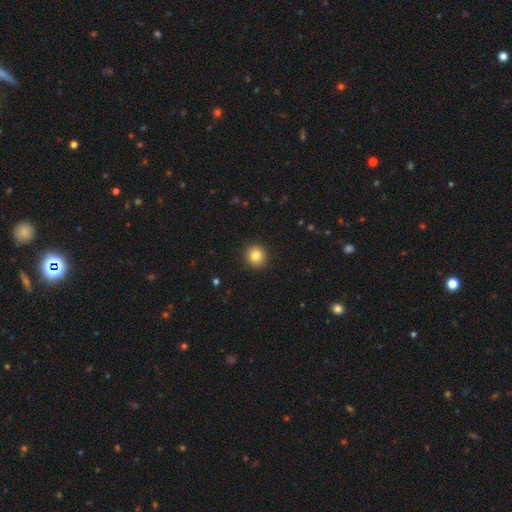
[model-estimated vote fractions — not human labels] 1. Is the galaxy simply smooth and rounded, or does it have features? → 82% smooth, 10% star or artifact, 7% featured or disk.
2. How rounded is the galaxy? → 90% round, 9% in between, 1% cigar-shaped.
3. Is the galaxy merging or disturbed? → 93% none, 5% minor disturbance, 2% major disturbance, 1% merger.